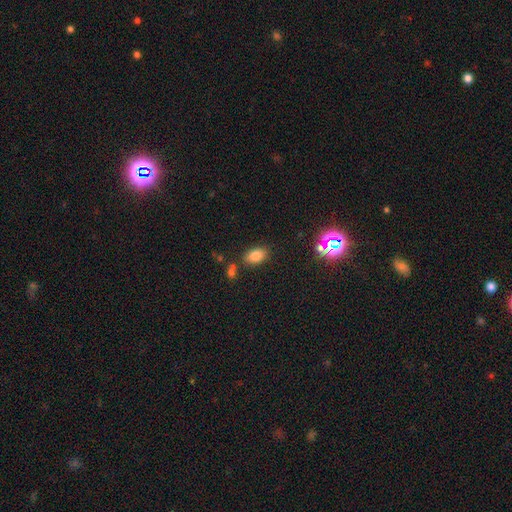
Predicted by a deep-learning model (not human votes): smooth_or_featured: smooth (p=0.80) [alt: star or artifact p=0.12]
how_rounded: in between (p=0.89) [alt: round p=0.09]
merging: none (p=0.78) [alt: minor disturbance p=0.12]